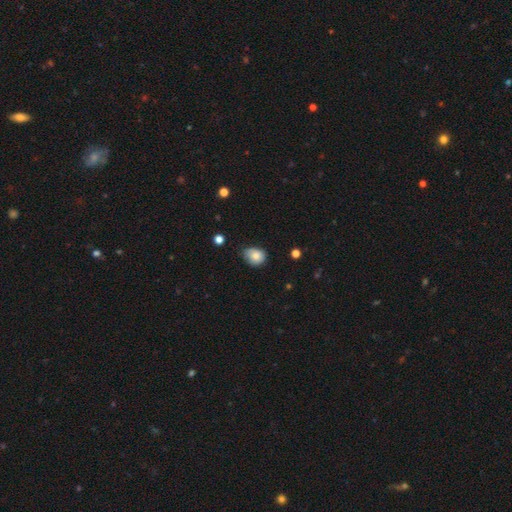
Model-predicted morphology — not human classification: Smooth or featured?
  - smooth: 78% *
  - featured or disk: 14%
  - star or artifact: 9%
How rounded?
  - round: 53% *
  - in between: 46%
  - cigar-shaped: 1%
Merging?
  - none: 53% *
  - minor disturbance: 38%
  - major disturbance: 7%
  - merger: 2%